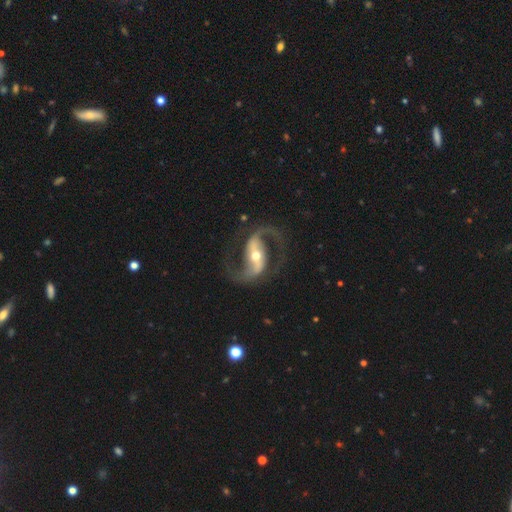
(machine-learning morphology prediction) Smooth or featured: featured or disk — 93% (star or artifact — 4%)
Edge-on disk: no — 97% (yes — 3%)
Bar: strong — 60% (weak — 28%)
Spiral arms: yes — 97% (no — 3%)
Spiral winding: medium — 54% (loose — 37%)
Spiral arm count: 2 — 94% (1 — 2%)
Bulge size: moderate — 61% (small — 32%)
Merging: none — 81% (minor disturbance — 10%)